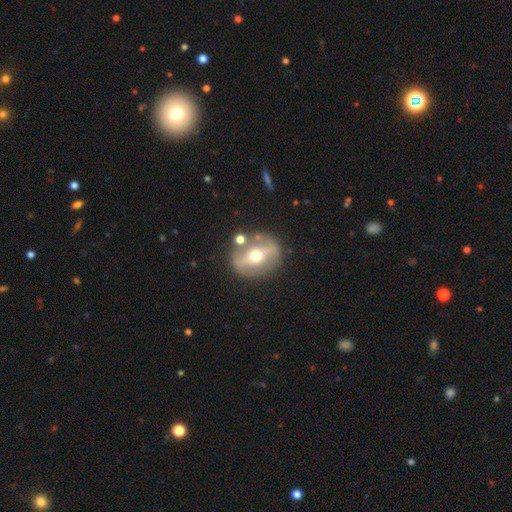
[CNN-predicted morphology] Smooth or featured? featured or disk (70%)
Edge-on disk? no (76%)
Bar? strong (70%)
Spiral arms? no (77%)
Bulge size? moderate (75%)
Merging? none (80%)